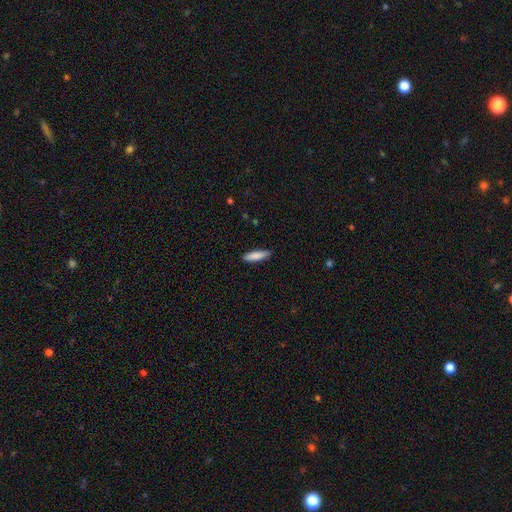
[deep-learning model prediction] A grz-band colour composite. It shows a smooth galaxy with no disk features (86%) that is cigar-shaped (64%). Merging: none (88%).